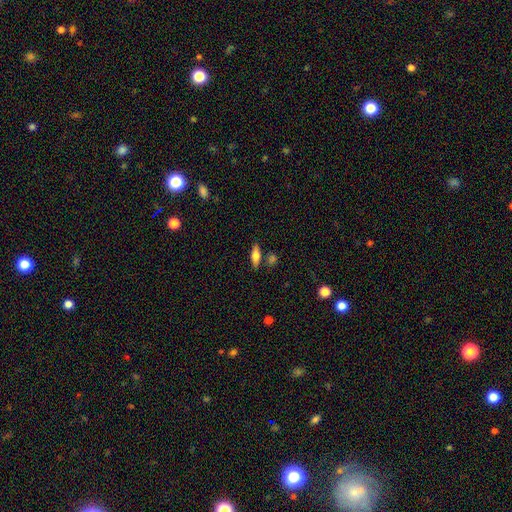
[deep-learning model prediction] A smooth galaxy with no disk features (57%) that is in between round and cigar-shaped (59%). Merging: none (78%).